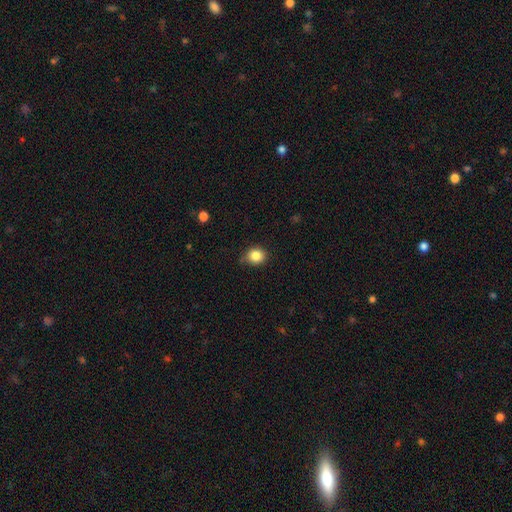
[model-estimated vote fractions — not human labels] smooth-or-featured: smooth: 84% | star or artifact: 10% | featured or disk: 5%
  how-rounded: round: 76% | in between: 23% | cigar-shaped: 1%
  merging: none: 74% | minor disturbance: 21% | major disturbance: 3% | merger: 2%